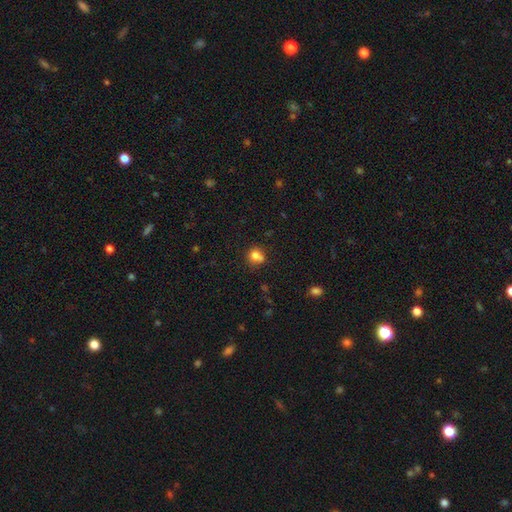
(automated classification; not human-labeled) smooth 77%, star or artifact 12%, featured or disk 11%. Down the decision tree: how rounded — round (78%); merging — none (54%).